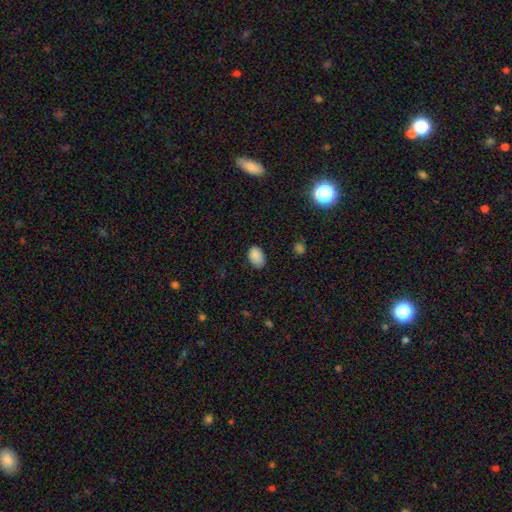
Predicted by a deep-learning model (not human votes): Smooth or featured: smooth — 87% (star or artifact — 9%)
How rounded: in between — 86% (round — 13%)
Merging: none — 79% (minor disturbance — 17%)